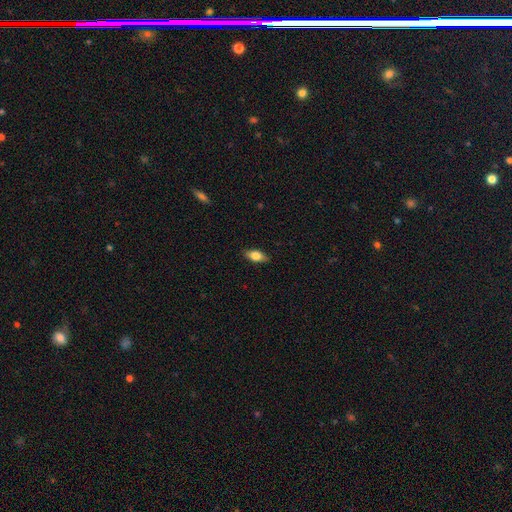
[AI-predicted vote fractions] Smooth or featured?
  - smooth: 75% *
  - featured or disk: 18%
  - star or artifact: 7%
How rounded?
  - in between: 85% *
  - cigar-shaped: 11%
  - round: 4%
Merging?
  - none: 86% *
  - minor disturbance: 11%
  - major disturbance: 2%
  - merger: 1%